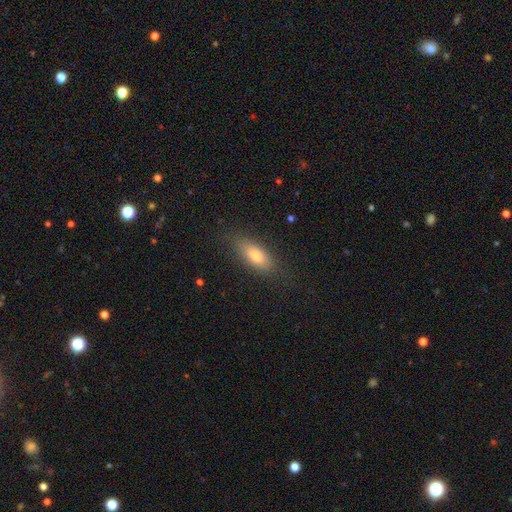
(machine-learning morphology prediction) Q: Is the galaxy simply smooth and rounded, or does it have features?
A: smooth — 73%.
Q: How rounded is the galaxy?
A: in between — 75%.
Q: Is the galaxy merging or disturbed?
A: none — 82%.